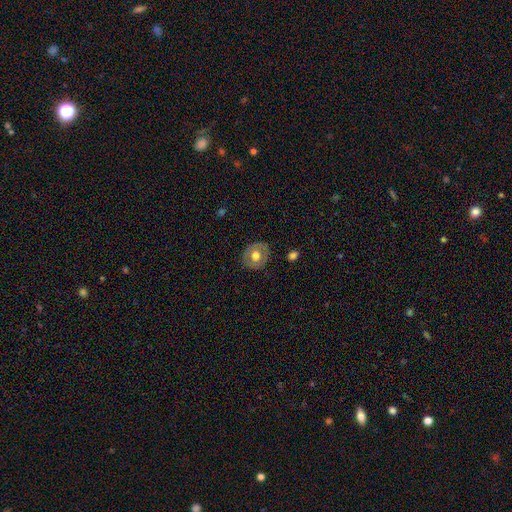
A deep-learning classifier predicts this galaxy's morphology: Smooth or featured?
  - smooth: 55% *
  - featured or disk: 38%
  - star or artifact: 7%
How rounded?
  - round: 71% *
  - in between: 28%
  - cigar-shaped: 1%
Merging?
  - none: 83% *
  - minor disturbance: 12%
  - major disturbance: 3%
  - merger: 1%